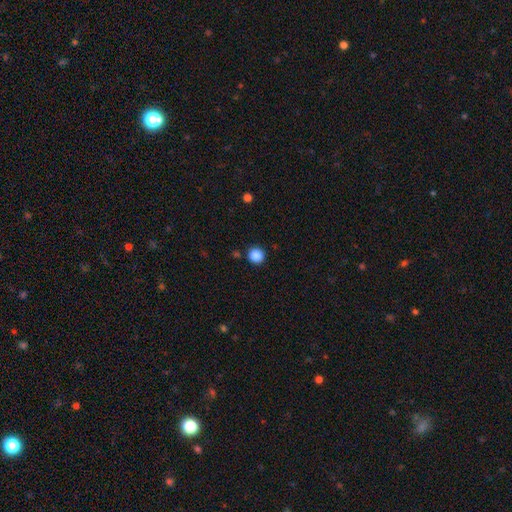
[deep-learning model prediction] This appears to be a smooth galaxy with no disk features (86%) that is round (94%). Merging: none (91%).